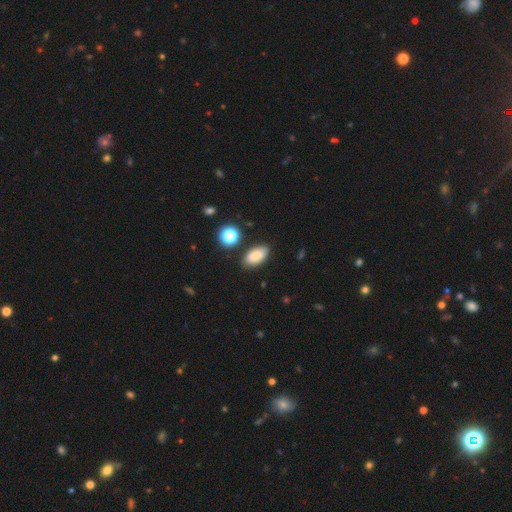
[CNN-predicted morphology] smooth_or_featured: smooth (p=0.80) [alt: featured or disk p=0.10]
how_rounded: in between (p=0.91) [alt: round p=0.05]
merging: none (p=0.83) [alt: minor disturbance p=0.11]